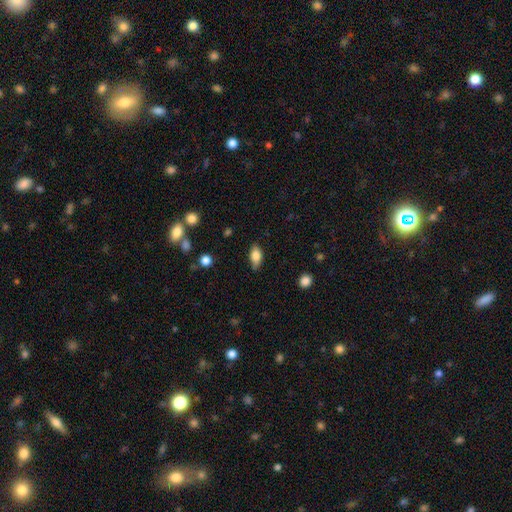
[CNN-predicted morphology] Q: Smooth or featured?
A: smooth (79%); runner-up: featured or disk (13%)
Q: How rounded?
A: in between (88%); runner-up: cigar-shaped (8%)
Q: Merging?
A: none (78%); runner-up: minor disturbance (18%)